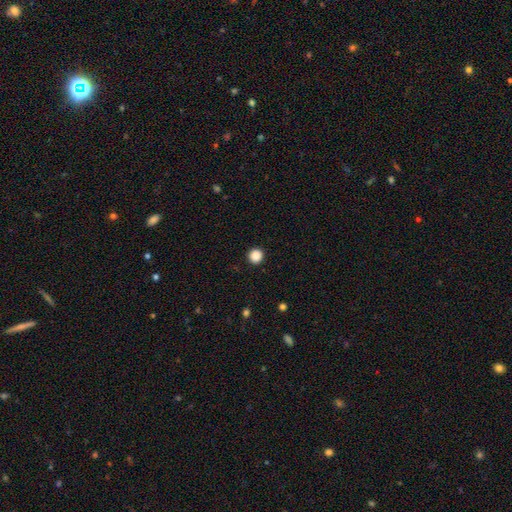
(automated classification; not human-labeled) Smooth or featured?
  - smooth: 88% *
  - star or artifact: 10%
  - featured or disk: 2%
How rounded?
  - round: 95% *
  - in between: 4%
  - cigar-shaped: 1%
Merging?
  - none: 93% *
  - minor disturbance: 4%
  - major disturbance: 2%
  - merger: 1%